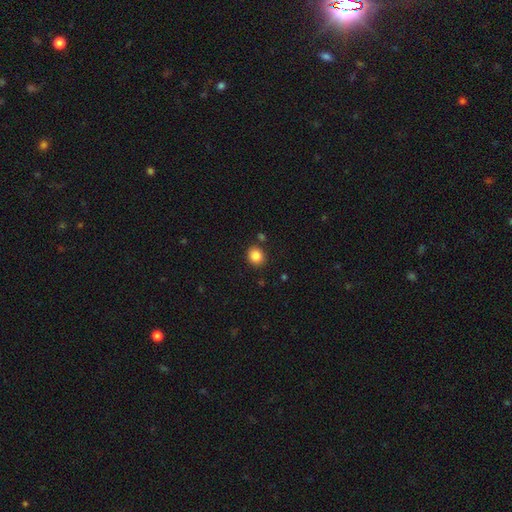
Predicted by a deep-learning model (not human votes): Overall: smooth (85%). How rounded: round (74%). Merging: none (85%).